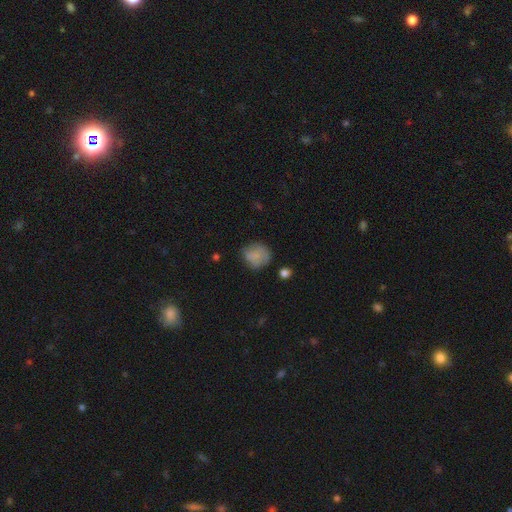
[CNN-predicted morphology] smooth 76%, featured or disk 15%, star or artifact 9%. Down the decision tree: how rounded — round (79%); merging — none (61%).